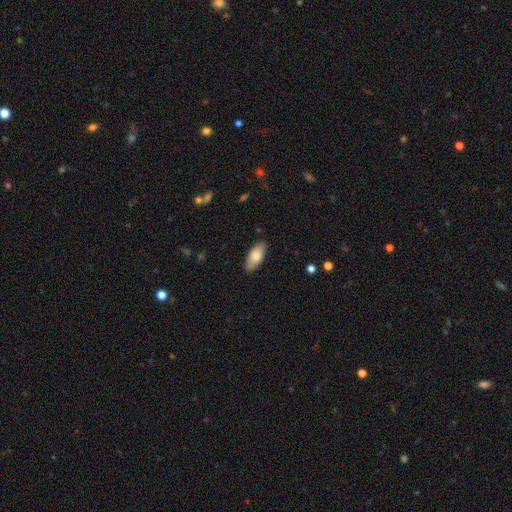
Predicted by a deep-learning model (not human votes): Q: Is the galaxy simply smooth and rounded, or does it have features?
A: smooth — 77%.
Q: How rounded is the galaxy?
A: in between — 90%.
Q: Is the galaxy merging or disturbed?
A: none — 86%.